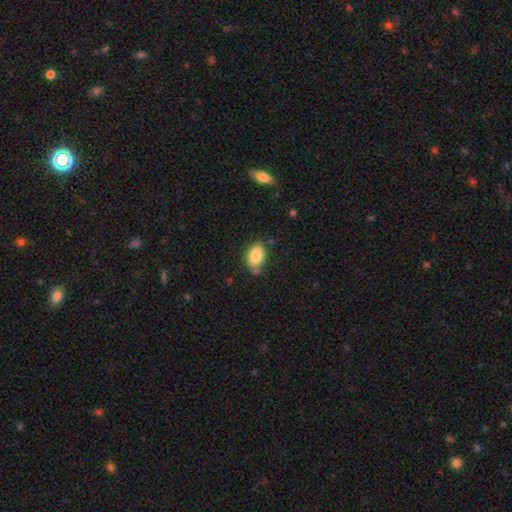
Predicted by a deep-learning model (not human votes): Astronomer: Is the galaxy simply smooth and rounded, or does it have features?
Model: smooth — 85%.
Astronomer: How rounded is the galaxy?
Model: in between — 89%.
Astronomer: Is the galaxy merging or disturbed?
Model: none — 68%.